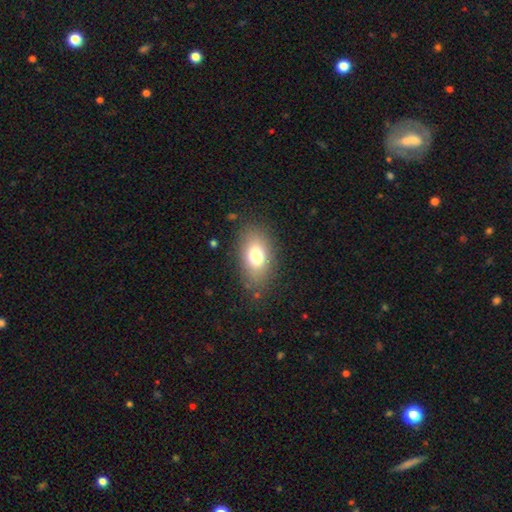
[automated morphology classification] type=smooth (75%); roundness=in between (87%); merging=none (81%).